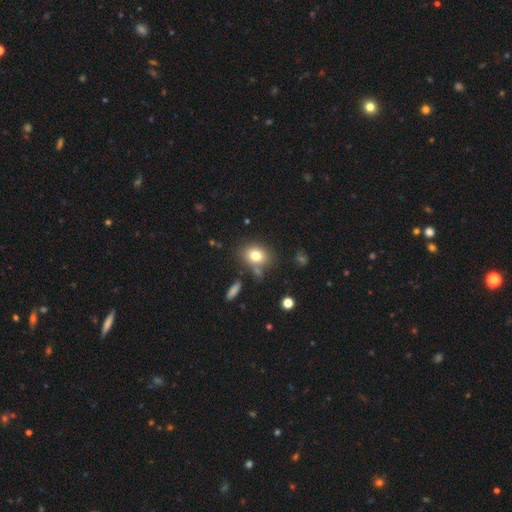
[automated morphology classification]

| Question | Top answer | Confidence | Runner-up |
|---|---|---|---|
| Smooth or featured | smooth | 78% | featured or disk (11%) |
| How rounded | in between | 57% | round (42%) |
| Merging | none | 70% | minor disturbance (15%) |